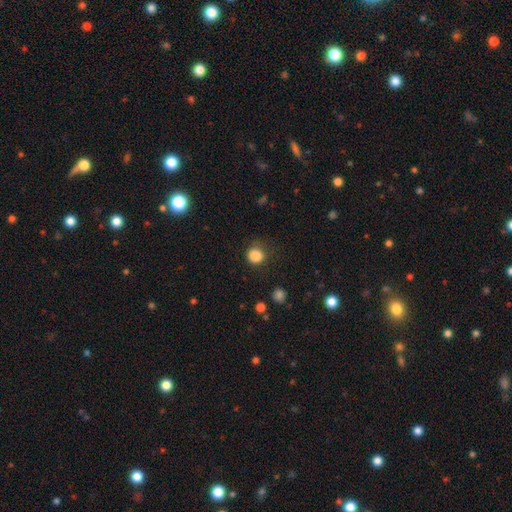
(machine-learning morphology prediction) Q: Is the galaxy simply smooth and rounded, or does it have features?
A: smooth — 85%.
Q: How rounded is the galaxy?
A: round — 86%.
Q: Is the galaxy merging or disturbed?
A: none — 71%.